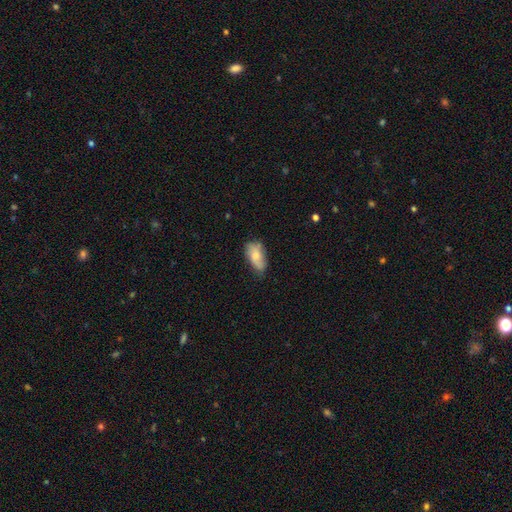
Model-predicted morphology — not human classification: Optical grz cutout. It shows a smooth galaxy with no disk features (66%) that is in between round and cigar-shaped (91%). Merging: none (59%).